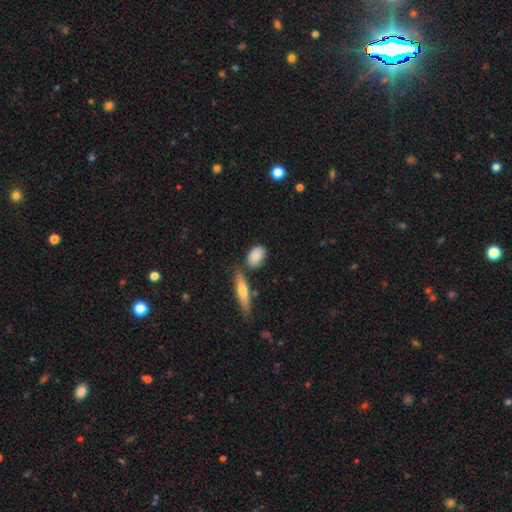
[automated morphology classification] Smooth or featured? smooth (82%)
How rounded? in between (80%)
Merging? none (67%)